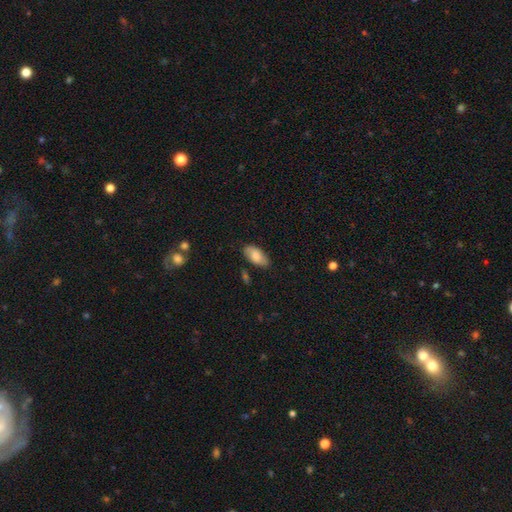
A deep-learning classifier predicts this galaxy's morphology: The model was most divided on "smooth or featured": smooth: 78%, featured or disk: 16%, star or artifact: 6%. More confident: how rounded — in between (93%); merging — none (79%).